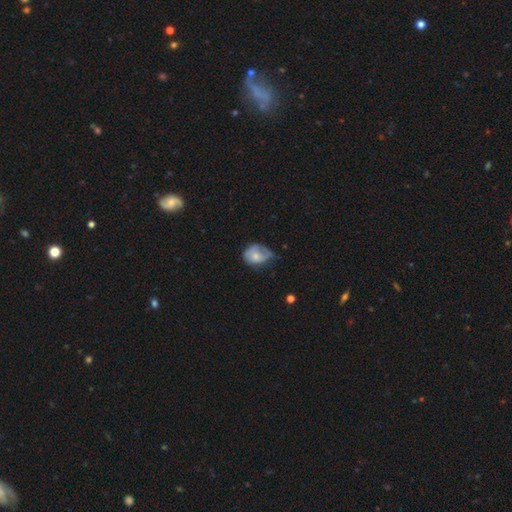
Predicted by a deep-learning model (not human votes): Overall: smooth (61%; featured or disk 31%). How rounded: in between (61%; round 38%). Merging: minor disturbance (45%; none 28%).